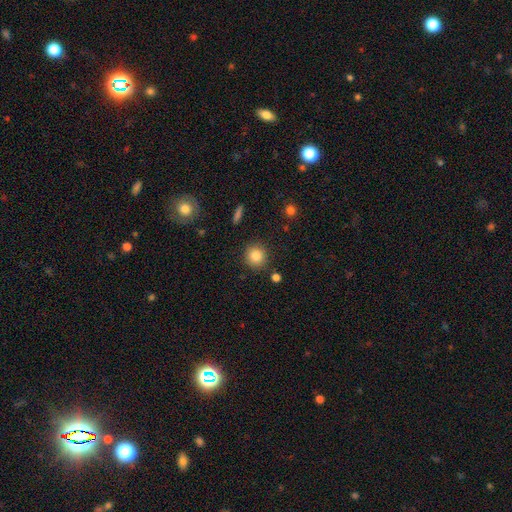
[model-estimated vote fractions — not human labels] smooth_or_featured: smooth (p=0.84) [alt: star or artifact p=0.10]
how_rounded: round (p=0.89) [alt: in between p=0.10]
merging: none (p=0.88) [alt: minor disturbance p=0.07]